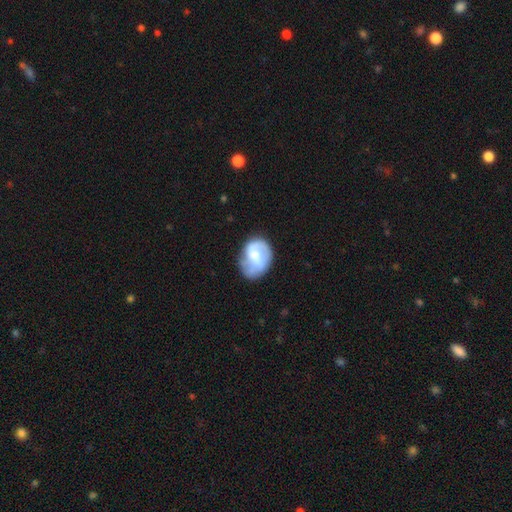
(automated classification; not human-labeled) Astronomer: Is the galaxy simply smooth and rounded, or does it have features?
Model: featured or disk — 52% (runner-up: smooth, 41%).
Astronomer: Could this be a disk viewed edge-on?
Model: no — 97%.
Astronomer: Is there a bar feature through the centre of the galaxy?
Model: weak — 42% (runner-up: no, 40%).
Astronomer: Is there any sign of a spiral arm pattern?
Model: yes — 69%.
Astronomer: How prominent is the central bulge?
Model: moderate — 38% (runner-up: small, 31%).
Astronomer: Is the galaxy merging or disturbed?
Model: none — 57%.